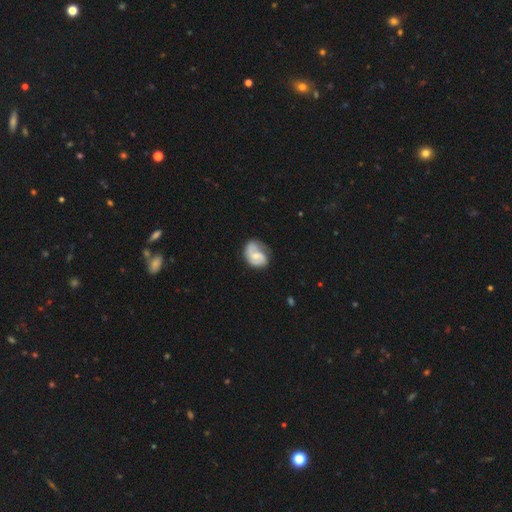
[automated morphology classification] Smooth or featured: featured or disk — 68% (smooth — 26%)
Edge-on disk: no — 98% (yes — 2%)
Bar: no — 50% (weak — 41%)
Spiral arms: yes — 90% (no — 10%)
Spiral winding: medium — 43% (tight — 29%)
Spiral arm count: 2 — 68% (1 — 18%)
Bulge size: moderate — 47% (small — 45%)
Merging: none — 56% (minor disturbance — 29%)